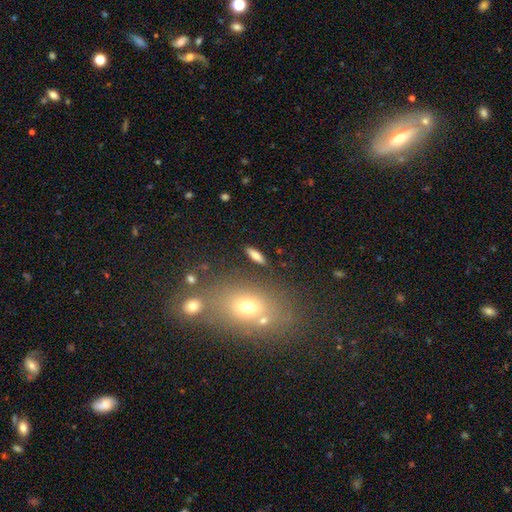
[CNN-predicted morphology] type=smooth (74%); roundness=cigar-shaped (48%); merging=none (85%).